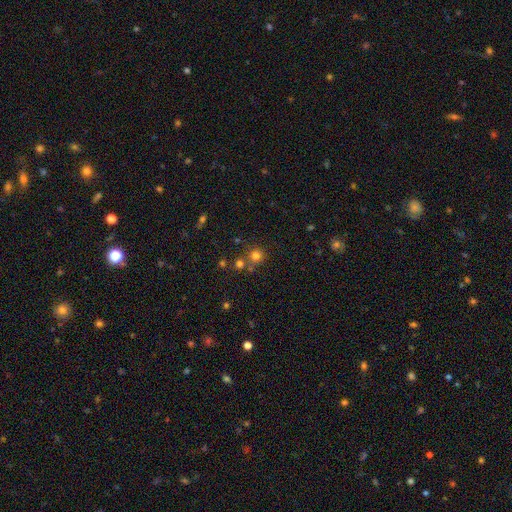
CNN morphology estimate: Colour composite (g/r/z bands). It shows a smooth galaxy with no disk features (73%) that is round (90%). Merging: none (67%).